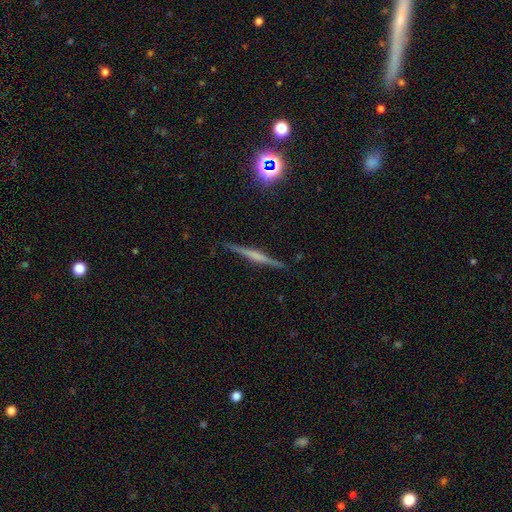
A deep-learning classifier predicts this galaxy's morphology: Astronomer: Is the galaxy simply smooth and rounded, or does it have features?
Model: featured or disk — 66%.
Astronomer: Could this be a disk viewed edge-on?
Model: yes — 98%.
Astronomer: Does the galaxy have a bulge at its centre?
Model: none — 38% (runner-up: rounded, 34%).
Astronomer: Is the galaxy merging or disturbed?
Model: none — 89%.